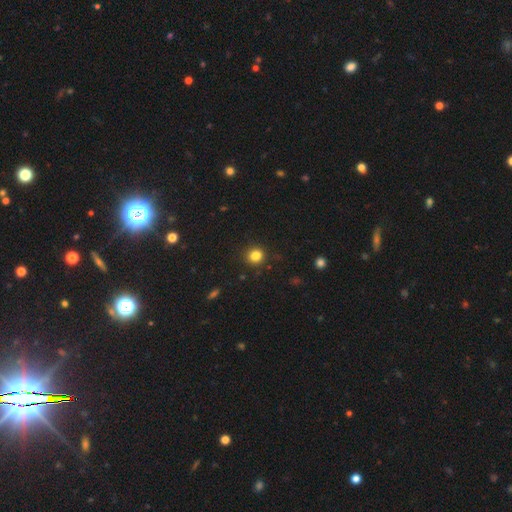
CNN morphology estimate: smooth 83%, star or artifact 12%, featured or disk 4%. Down the decision tree: how rounded — round (86%); merging — none (89%).